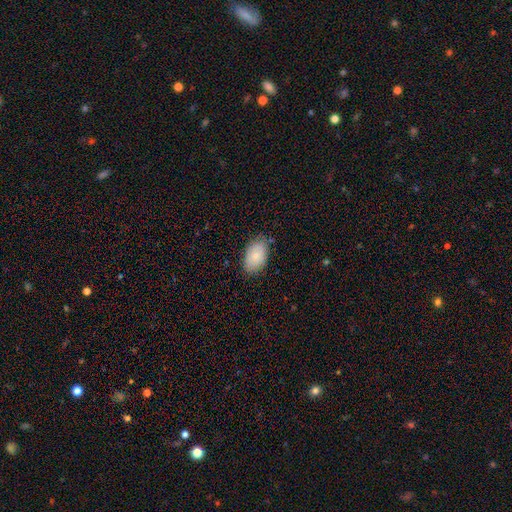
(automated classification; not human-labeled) smooth 79%, featured or disk 14%, star or artifact 7%. Down the decision tree: how rounded — in between (91%); merging — none (79%).